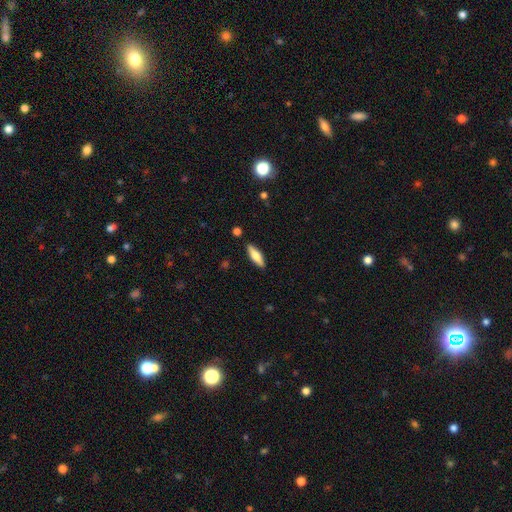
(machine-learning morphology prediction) Smooth or featured? Predicted: smooth (p=0.68). How rounded? Predicted: cigar-shaped (p=0.51). Merging? Predicted: none (p=0.88).